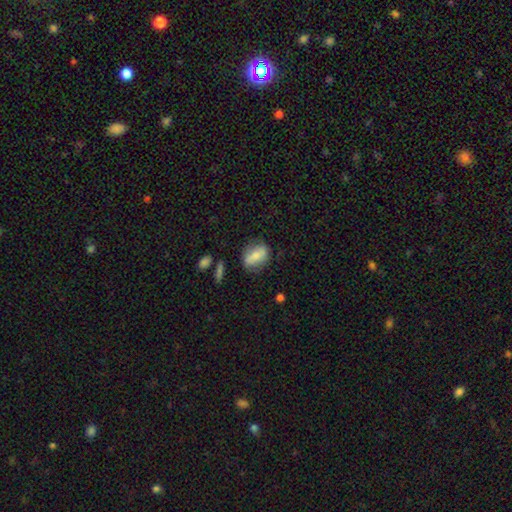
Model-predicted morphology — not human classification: Smooth or featured? Predicted: smooth (p=0.69). How rounded? Predicted: in between (p=0.74). Merging? Predicted: none (p=0.72).